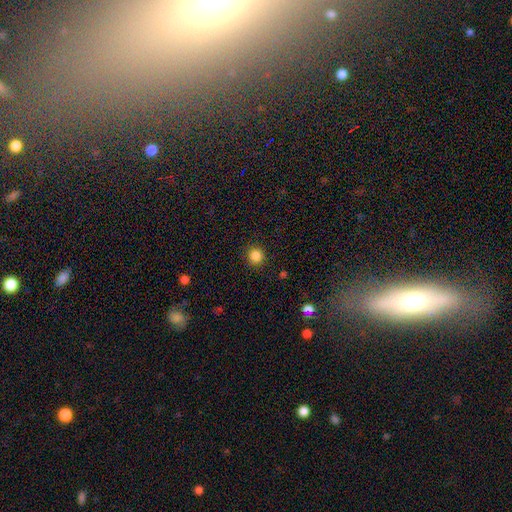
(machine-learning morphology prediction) Overall: smooth (86%). How rounded: round (93%). Merging: none (91%).